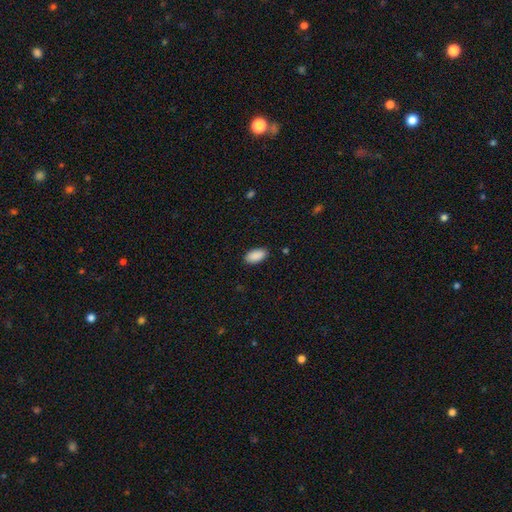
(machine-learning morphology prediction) Smooth or featured?
  - smooth: 91% *
  - star or artifact: 7%
  - featured or disk: 3%
How rounded?
  - in between: 94% *
  - cigar-shaped: 4%
  - round: 2%
Merging?
  - none: 87% *
  - minor disturbance: 9%
  - major disturbance: 2%
  - merger: 1%